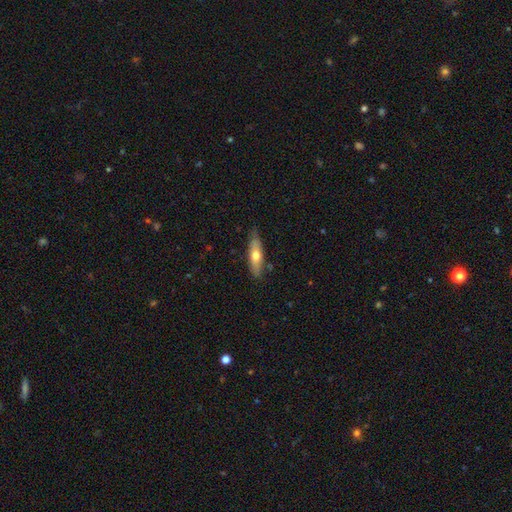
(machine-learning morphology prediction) type=smooth (57%); roundness=cigar-shaped (59%); merging=none (80%).